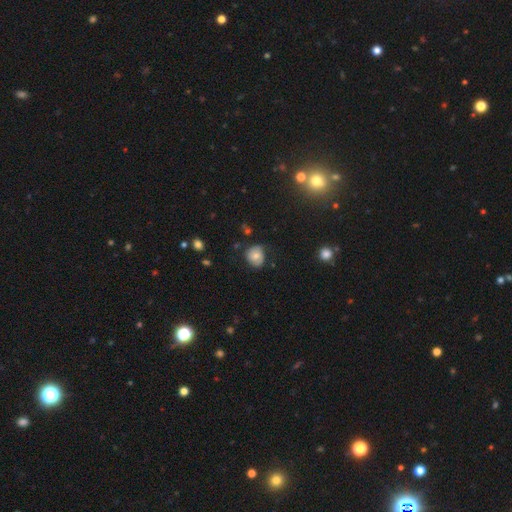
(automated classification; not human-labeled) Q: Smooth or featured?
A: smooth (66%); runner-up: featured or disk (23%)
Q: How rounded?
A: round (70%); runner-up: in between (29%)
Q: Merging?
A: none (65%); runner-up: minor disturbance (27%)